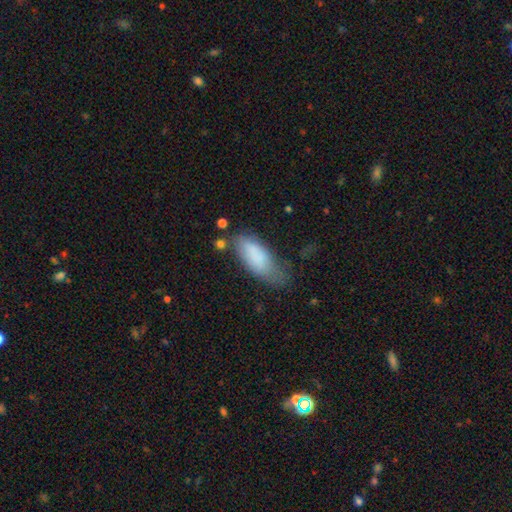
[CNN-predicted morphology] Q: Smooth or featured?
A: smooth (80%); runner-up: featured or disk (13%)
Q: How rounded?
A: in between (82%); runner-up: cigar-shaped (16%)
Q: Merging?
A: none (39%); runner-up: minor disturbance (36%)